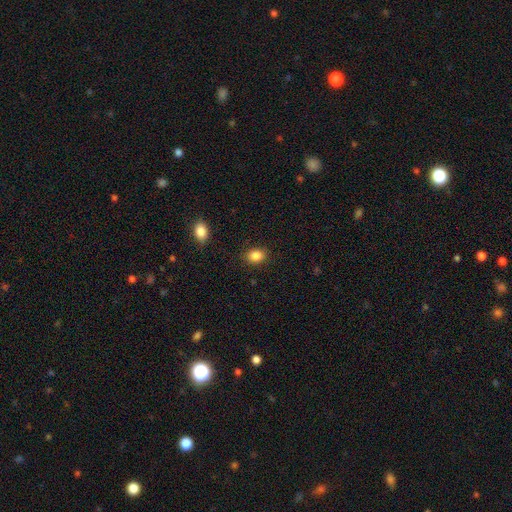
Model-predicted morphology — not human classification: Q: Smooth or featured?
A: smooth (86%); runner-up: star or artifact (10%)
Q: How rounded?
A: in between (58%); runner-up: round (41%)
Q: Merging?
A: none (87%); runner-up: minor disturbance (9%)